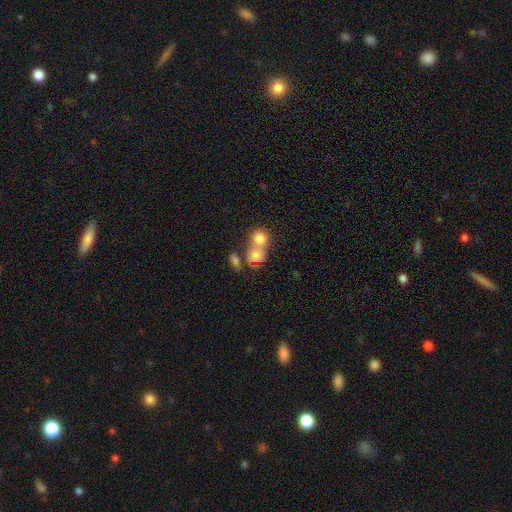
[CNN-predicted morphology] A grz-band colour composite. It shows a smooth galaxy with no disk features (73%) that is round (73%). Merging: merger (58%).